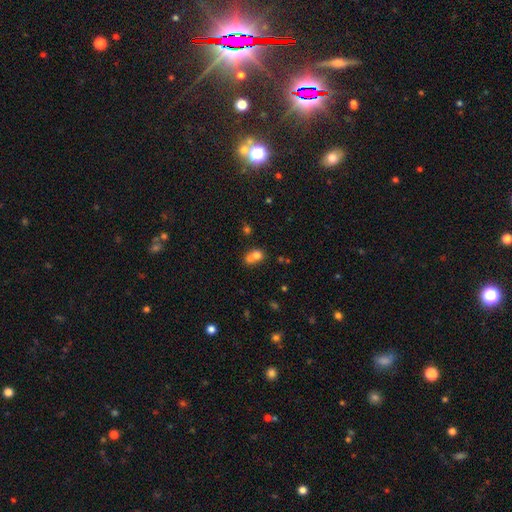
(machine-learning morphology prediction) Smooth or featured? smooth (72%)
How rounded? round (57%)
Merging? merger (56%)